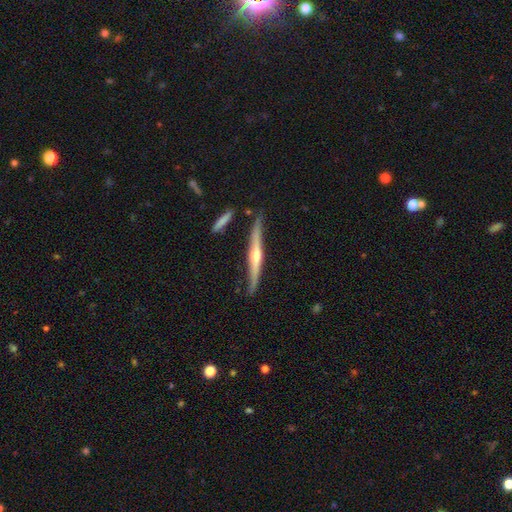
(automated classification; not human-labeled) Smooth or featured: featured or disk — 73% (smooth — 22%)
Edge-on disk: yes — 97% (no — 3%)
Edge-on bulge: rounded — 80% (none — 12%)
Merging: none — 82% (minor disturbance — 13%)